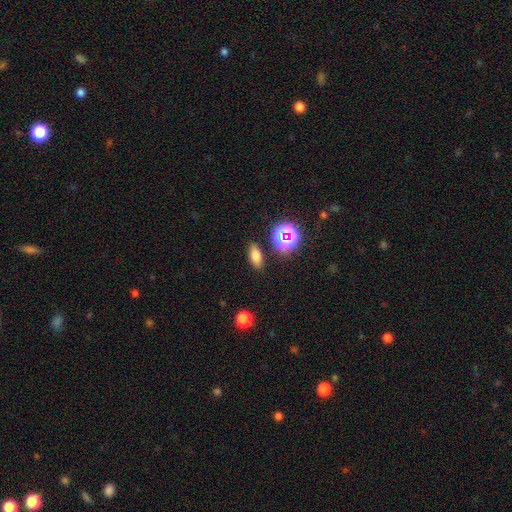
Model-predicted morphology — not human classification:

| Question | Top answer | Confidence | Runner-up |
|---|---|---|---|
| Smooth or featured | smooth | 73% | star or artifact (17%) |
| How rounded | in between | 75% | cigar-shaped (15%) |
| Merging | none | 87% | minor disturbance (8%) |